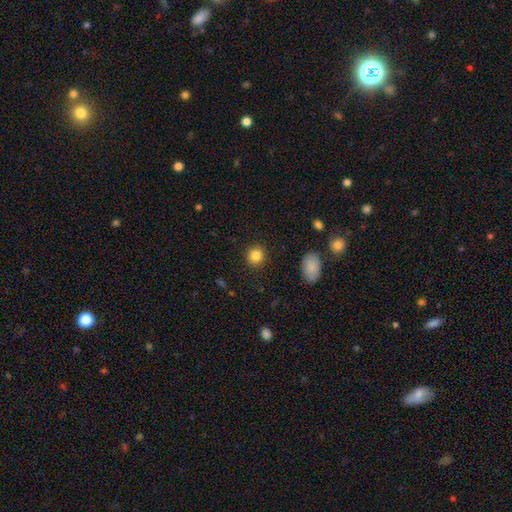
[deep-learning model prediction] Smooth or featured: smooth — 84% (star or artifact — 10%)
How rounded: round — 87% (in between — 12%)
Merging: none — 91% (minor disturbance — 6%)